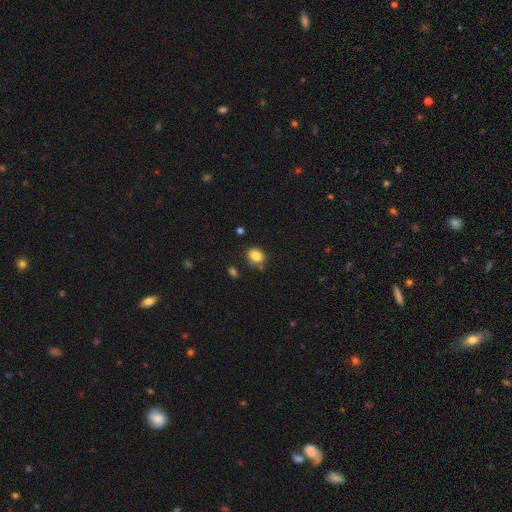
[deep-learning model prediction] smooth-or-featured: smooth: 83% | star or artifact: 10% | featured or disk: 7%
  how-rounded: round: 61% | in between: 39% | cigar-shaped: 1%
  merging: none: 76% | minor disturbance: 15% | merger: 5% | major disturbance: 3%